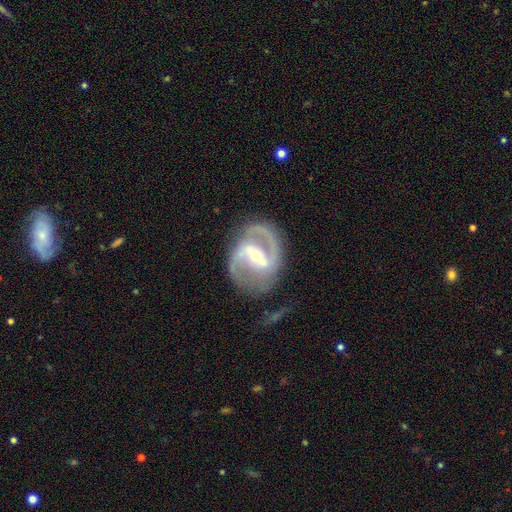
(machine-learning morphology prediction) A featured or disk galaxy (91%) with a strong bar (55%), 2 (92%) medium (59%) spiral arms (97%) and a moderate central bulge (49%). Merging: none (73%).